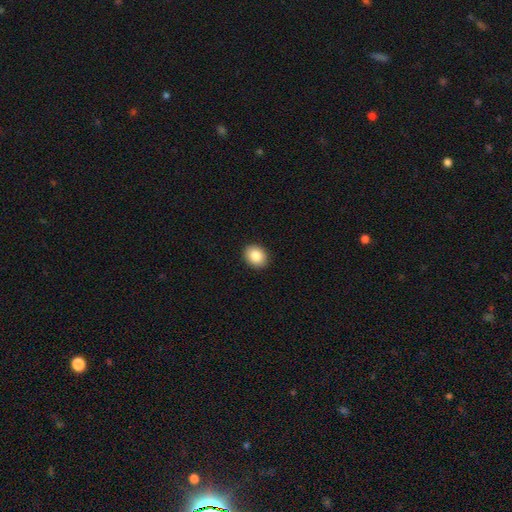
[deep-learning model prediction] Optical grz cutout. It shows a smooth galaxy with no disk features (85%) that is in between round and cigar-shaped (50%). Merging: none (91%).